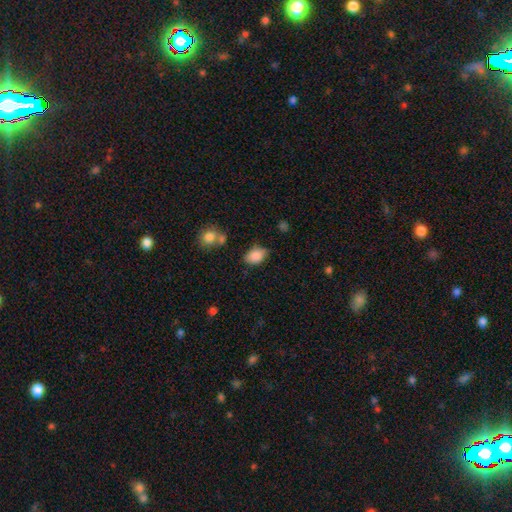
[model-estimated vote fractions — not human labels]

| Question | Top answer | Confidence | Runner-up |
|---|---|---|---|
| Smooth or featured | smooth | 88% | star or artifact (7%) |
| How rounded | in between | 87% | round (11%) |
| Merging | none | 72% | minor disturbance (20%) |